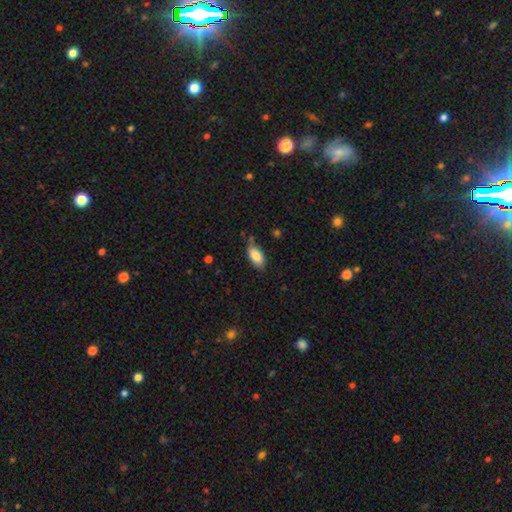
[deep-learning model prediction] This is clearly a smooth galaxy (83%). How rounded: clearly in between (90%). Merging: likely none (73%).